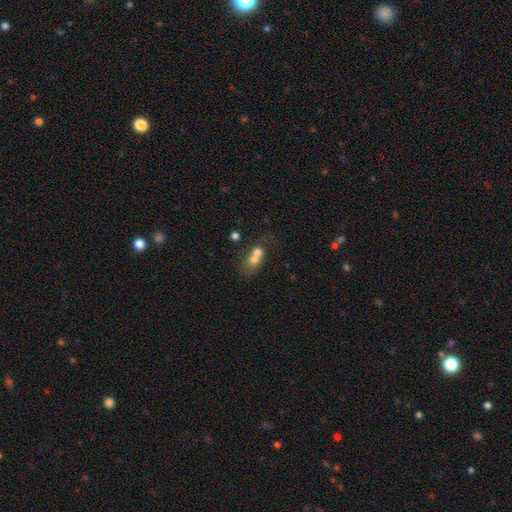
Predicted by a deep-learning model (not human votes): Smooth or featured?
  - smooth: 64% *
  - featured or disk: 25%
  - star or artifact: 12%
How rounded?
  - round: 53% *
  - in between: 45%
  - cigar-shaped: 2%
Merging?
  - merger: 69% *
  - none: 19%
  - minor disturbance: 6%
  - major disturbance: 6%